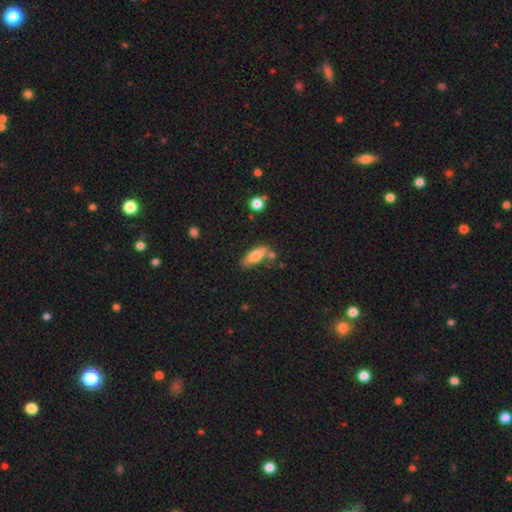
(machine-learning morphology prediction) Q: Smooth or featured?
A: smooth (73%); runner-up: featured or disk (20%)
Q: How rounded?
A: in between (57%); runner-up: cigar-shaped (41%)
Q: Merging?
A: none (69%); runner-up: minor disturbance (16%)